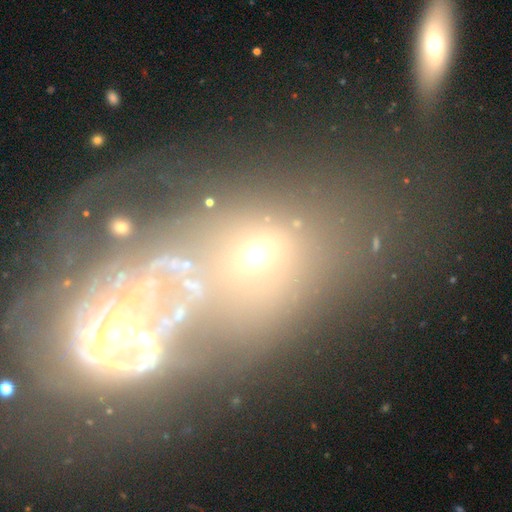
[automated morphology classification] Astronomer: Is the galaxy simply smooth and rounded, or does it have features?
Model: featured or disk — 44% (runner-up: smooth, 35%).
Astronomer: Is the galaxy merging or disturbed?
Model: merger — 60%.